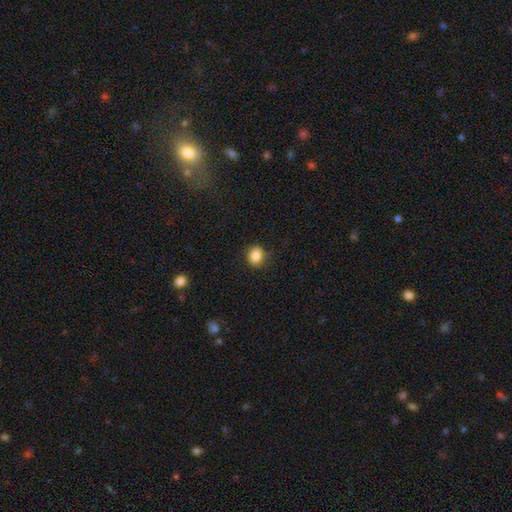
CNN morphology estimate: A smooth galaxy with no disk features (86%) that is round (65%).

Vote fractions:
- Smooth or featured? smooth: 86% / star or artifact: 9% / featured or disk: 4%
- How rounded? round: 65% / in between: 34% / cigar-shaped: 1%
- Merging? none: 81% / minor disturbance: 14% / major disturbance: 3% / merger: 1%